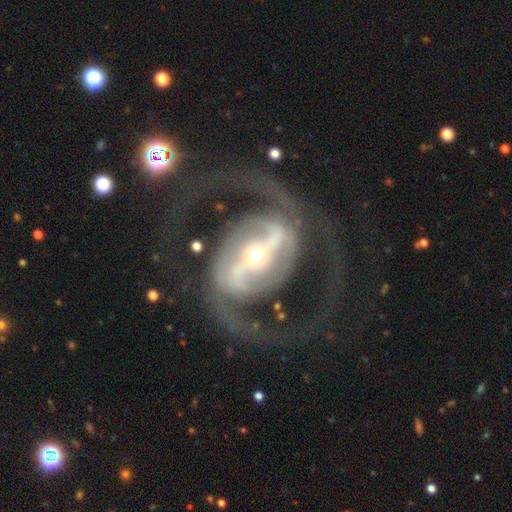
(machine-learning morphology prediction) The model was most divided on "bulge size": small: 65%, moderate: 29%, large: 4%, dominant: 1%, none: 1%. More confident: edge-on disk — no (97%); spiral arms — yes (95%); spiral arm count — 2 (92%); smooth or featured — featured or disk (91%); merging — none (75%); bar — strong (66%); spiral winding — medium (60%).